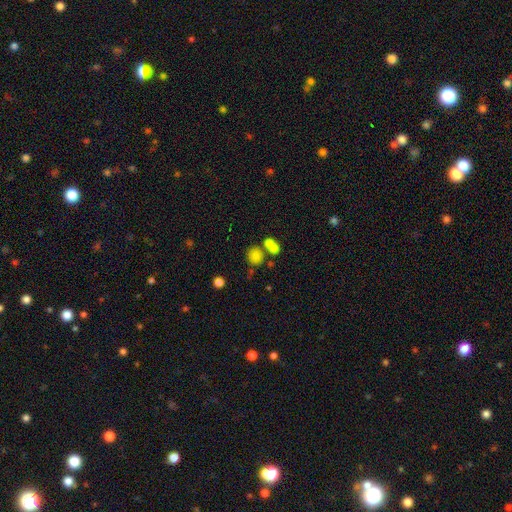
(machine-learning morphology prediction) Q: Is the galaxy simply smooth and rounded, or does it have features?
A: smooth — 78%.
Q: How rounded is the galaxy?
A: round — 70%.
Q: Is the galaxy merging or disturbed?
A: none — 45%.